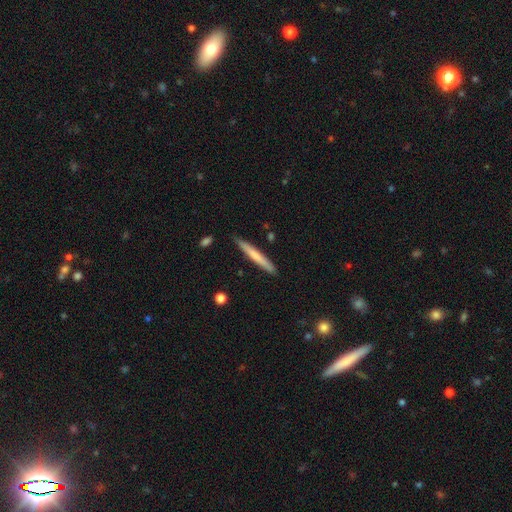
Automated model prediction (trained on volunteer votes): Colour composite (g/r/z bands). It shows a smooth galaxy with no disk features (62%) that is cigar-shaped (96%). Merging: none (89%).